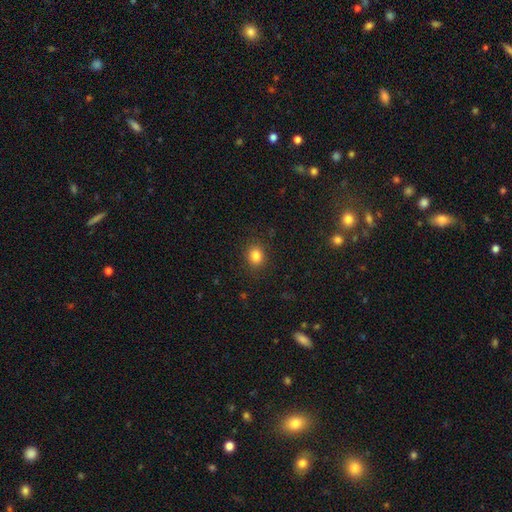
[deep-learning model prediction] A smooth galaxy with no disk features (84%) that is round (68%). Merging: none (88%).